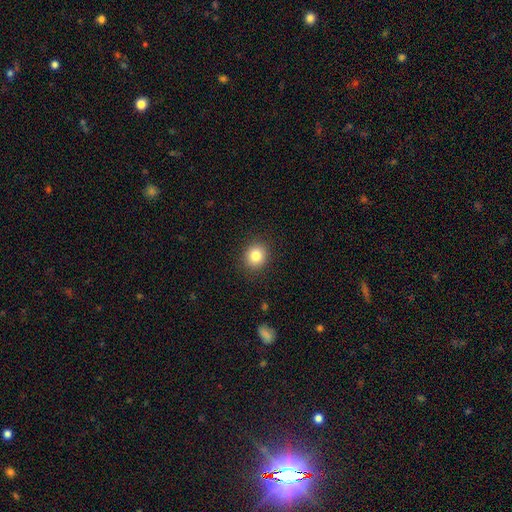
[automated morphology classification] Smooth or featured? Predicted: smooth (p=0.82). How rounded? Predicted: round (p=0.80). Merging? Predicted: none (p=0.90).